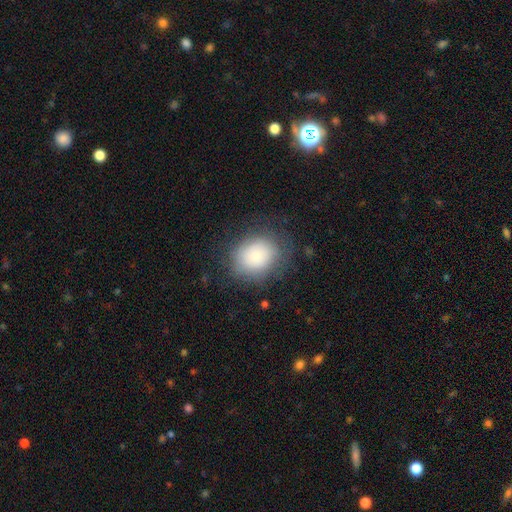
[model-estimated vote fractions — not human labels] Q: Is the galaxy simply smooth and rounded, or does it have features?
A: smooth — 76%.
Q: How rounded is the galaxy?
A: round — 63%.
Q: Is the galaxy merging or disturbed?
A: none — 75%.